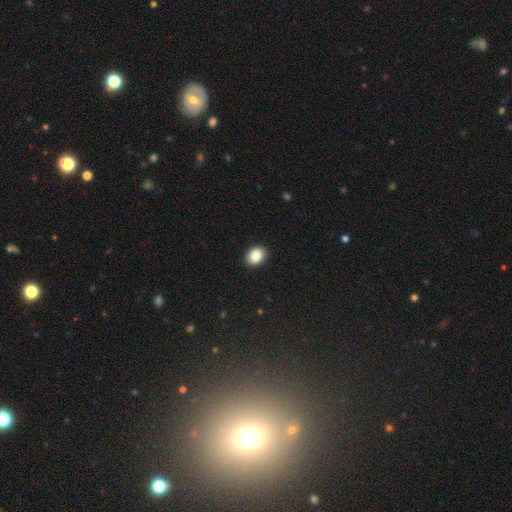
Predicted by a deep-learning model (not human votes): smooth-or-featured: smooth: 87% | star or artifact: 8% | featured or disk: 5%
  how-rounded: in between: 64% | round: 35% | cigar-shaped: 1%
  merging: none: 91% | minor disturbance: 6% | major disturbance: 2% | merger: 1%